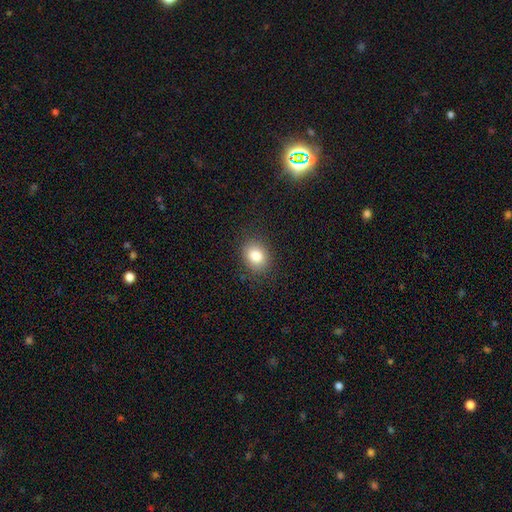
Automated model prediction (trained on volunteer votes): A smooth galaxy with no disk features (83%) that is round (50%).

Vote fractions:
- Smooth or featured? smooth: 83% / star or artifact: 10% / featured or disk: 7%
- How rounded? round: 50% / in between: 49% / cigar-shaped: 1%
- Merging? none: 86% / minor disturbance: 10% / major disturbance: 3% / merger: 1%